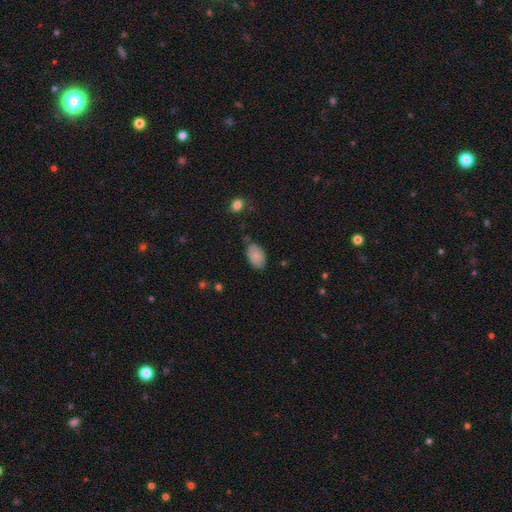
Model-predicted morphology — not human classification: smooth_or_featured: smooth (p=0.85) [alt: featured or disk p=0.07]
how_rounded: in between (p=0.92) [alt: round p=0.07]
merging: none (p=0.75) [alt: minor disturbance p=0.19]